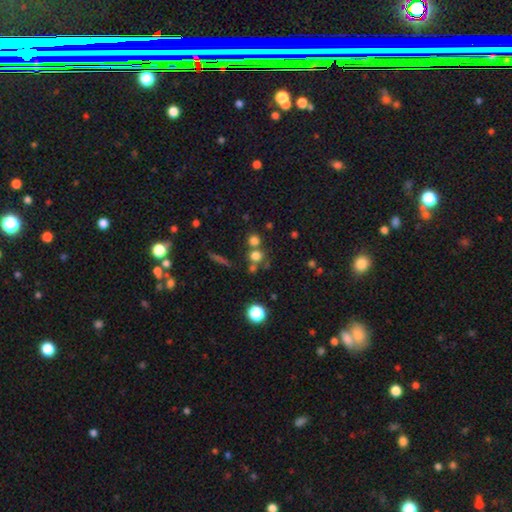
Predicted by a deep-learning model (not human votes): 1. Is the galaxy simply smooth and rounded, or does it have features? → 70% smooth, 20% star or artifact, 10% featured or disk.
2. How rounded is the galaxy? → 86% round, 12% in between, 2% cigar-shaped.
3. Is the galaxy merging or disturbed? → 57% none, 30% merger, 8% minor disturbance, 4% major disturbance.